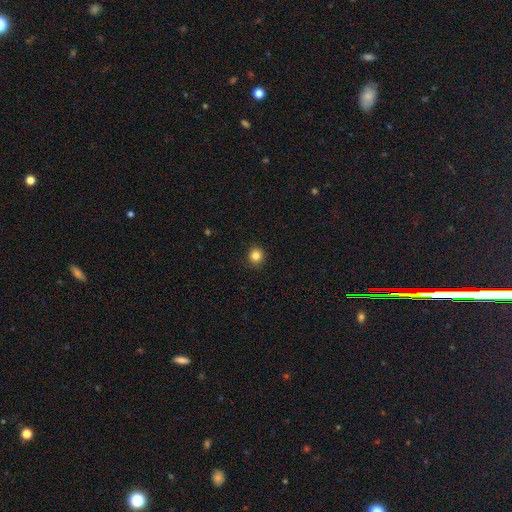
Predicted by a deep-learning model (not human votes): A smooth galaxy with no disk features (84%) that is round (90%).

Vote fractions:
- Smooth or featured? smooth: 84% / star or artifact: 11% / featured or disk: 5%
- How rounded? round: 90% / in between: 9% / cigar-shaped: 1%
- Merging? none: 91% / minor disturbance: 6% / major disturbance: 2% / merger: 1%